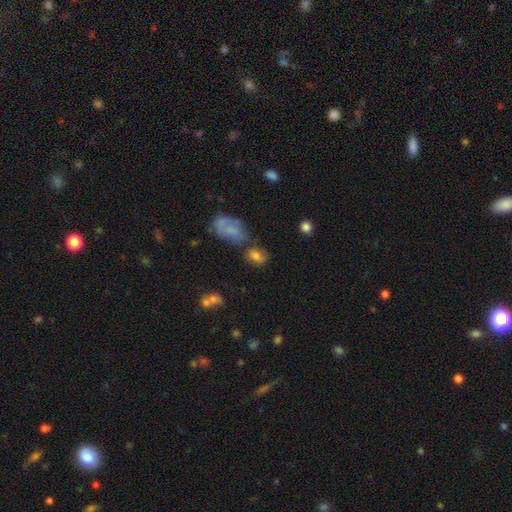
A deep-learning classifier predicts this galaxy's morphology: This is likely a smooth galaxy (75%). How rounded: likely in between (65%). Merging: possibly none (58%).